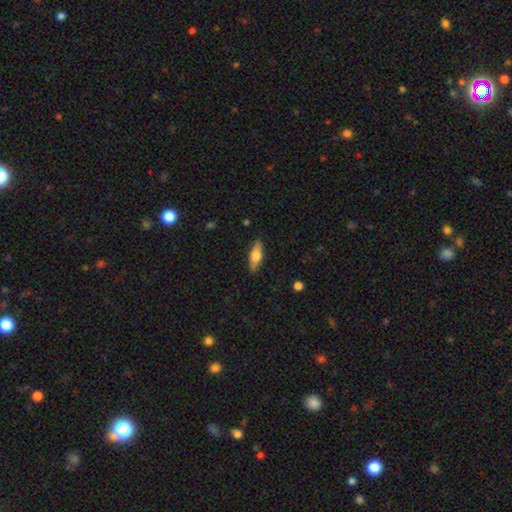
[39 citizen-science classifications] A smooth galaxy with no disk features (72%) that is in between round and cigar-shaped (64%). Merging: none (86%).